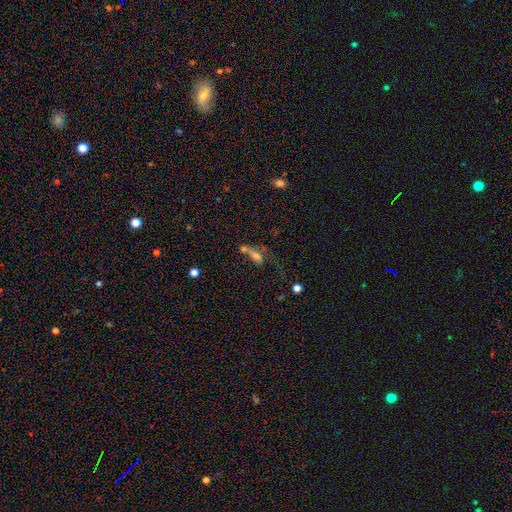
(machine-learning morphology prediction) Smooth or featured? Predicted: smooth (p=0.53). How rounded? Predicted: in between (p=0.56). Merging? Predicted: merger (p=0.31).